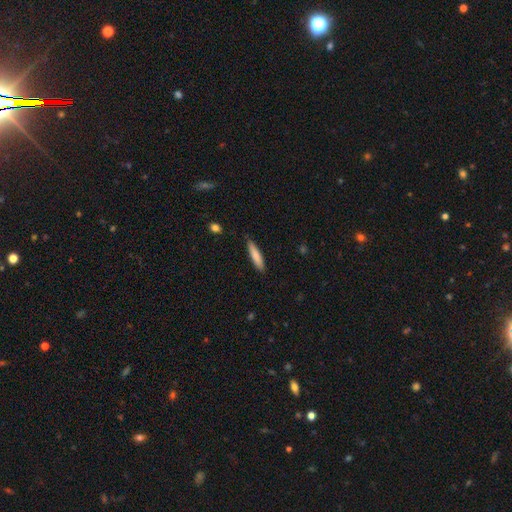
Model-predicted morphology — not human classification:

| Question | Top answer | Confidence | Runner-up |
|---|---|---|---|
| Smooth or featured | smooth | 81% | featured or disk (14%) |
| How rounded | cigar-shaped | 85% | in between (14%) |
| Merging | none | 87% | minor disturbance (10%) |